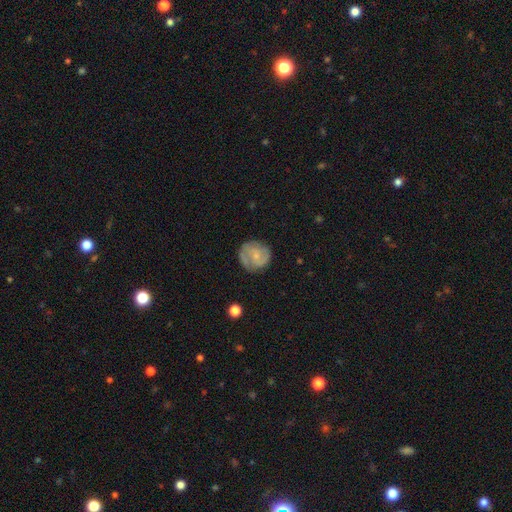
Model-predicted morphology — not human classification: This appears to be a featured or disk galaxy (68%) with no bar (61%), 2 (65%) tight (50%) spiral arms (89%) and a small central bulge (62%). Merging: none (76%).